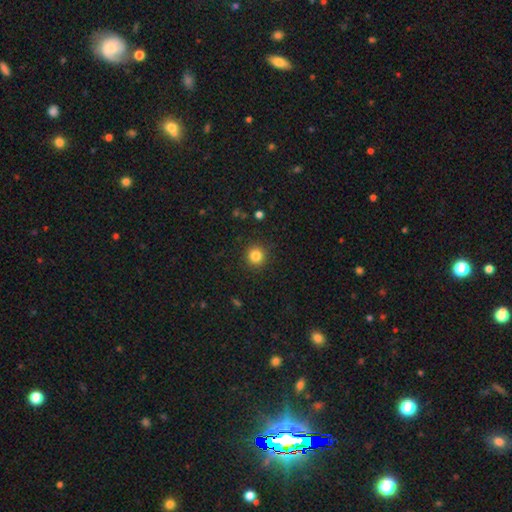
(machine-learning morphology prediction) This is clearly a smooth galaxy (84%). How rounded: clearly round (94%). Merging: clearly none (91%).